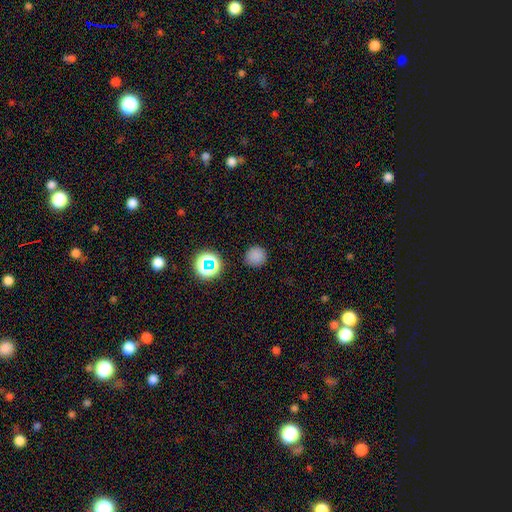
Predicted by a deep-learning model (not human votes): Smooth or featured? Predicted: smooth (p=0.76). How rounded? Predicted: round (p=0.94). Merging? Predicted: none (p=0.88).